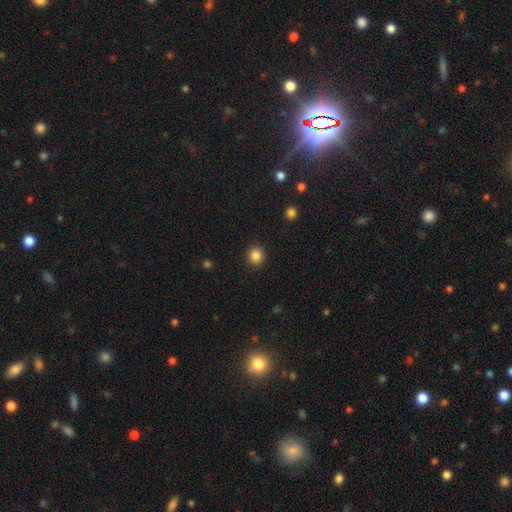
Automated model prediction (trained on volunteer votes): smooth_or_featured: smooth (p=0.86) [alt: star or artifact p=0.11]
how_rounded: round (p=0.87) [alt: in between p=0.12]
merging: none (p=0.91) [alt: minor disturbance p=0.06]